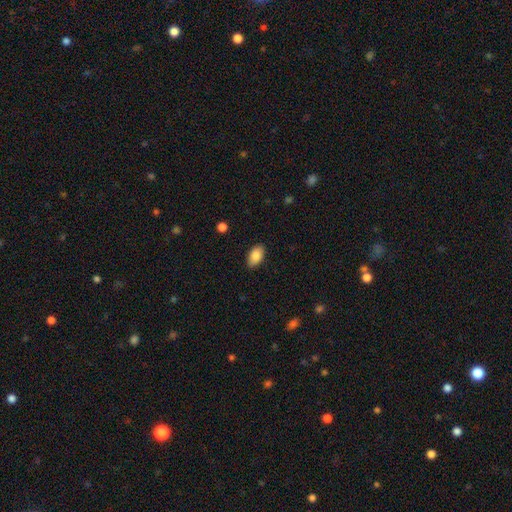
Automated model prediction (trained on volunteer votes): smooth-or-featured: smooth: 88% | star or artifact: 7% | featured or disk: 6%
  how-rounded: in between: 93% | round: 5% | cigar-shaped: 2%
  merging: none: 88% | minor disturbance: 9% | major disturbance: 2% | merger: 1%